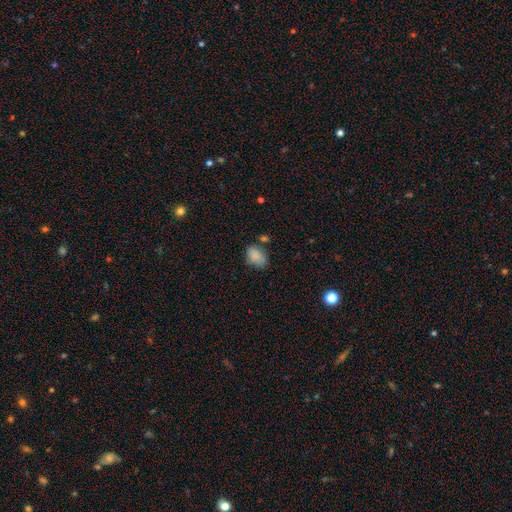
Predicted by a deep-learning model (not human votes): smooth_or_featured: smooth (p=0.83) [alt: star or artifact p=0.10]
how_rounded: in between (p=0.78) [alt: round p=0.20]
merging: none (p=0.56) [alt: minor disturbance p=0.29]